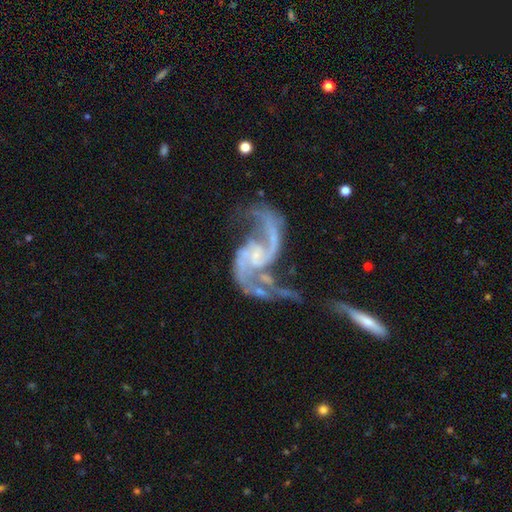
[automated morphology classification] Q: Smooth or featured?
A: featured or disk (93%); runner-up: star or artifact (5%)
Q: Edge-on disk?
A: no (98%); runner-up: yes (2%)
Q: Bar?
A: no (48%); runner-up: weak (40%)
Q: Spiral arms?
A: yes (98%); runner-up: no (2%)
Q: Spiral winding?
A: loose (61%); runner-up: medium (32%)
Q: Spiral arm count?
A: 2 (92%); runner-up: 1 (2%)
Q: Bulge size?
A: small (56%); runner-up: none (29%)
Q: Merging?
A: none (37%); runner-up: major disturbance (25%)